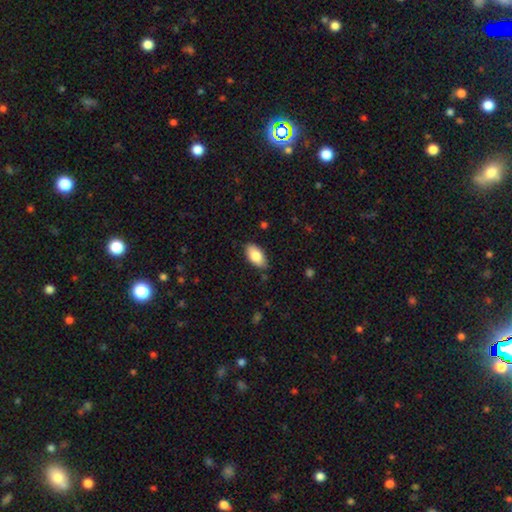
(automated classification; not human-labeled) This appears to be a smooth galaxy with no disk features (83%) that is in between round and cigar-shaped (94%). Merging: none (86%).